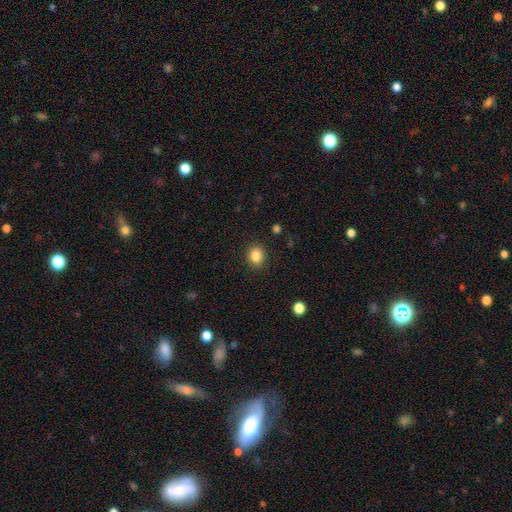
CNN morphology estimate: Q: Smooth or featured?
A: smooth (85%); runner-up: star or artifact (10%)
Q: How rounded?
A: round (62%); runner-up: in between (37%)
Q: Merging?
A: none (89%); runner-up: minor disturbance (7%)